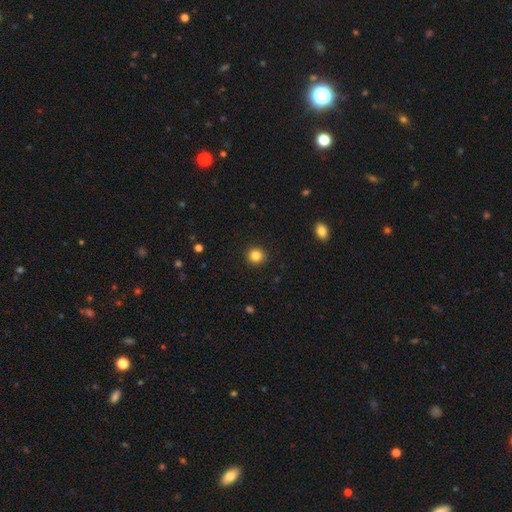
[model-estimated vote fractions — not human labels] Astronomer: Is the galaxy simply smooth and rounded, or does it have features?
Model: smooth — 84%.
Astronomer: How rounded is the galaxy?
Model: round — 93%.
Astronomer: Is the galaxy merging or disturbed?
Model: none — 93%.